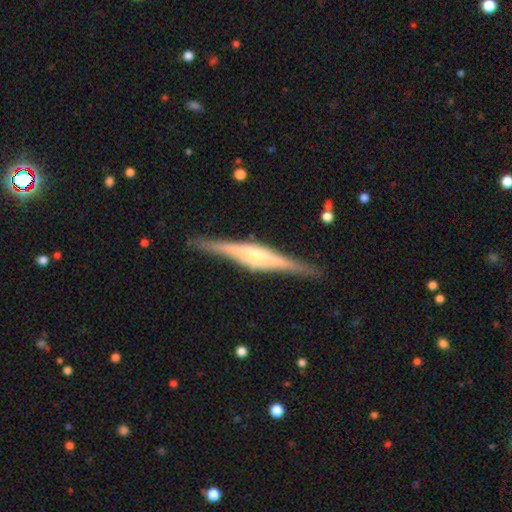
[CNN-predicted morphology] This is clearly a featured or disk galaxy (81%). It is clearly viewed edge-on (98%). Edge-on bulge: likely rounded (71%). Merging: clearly none (88%).